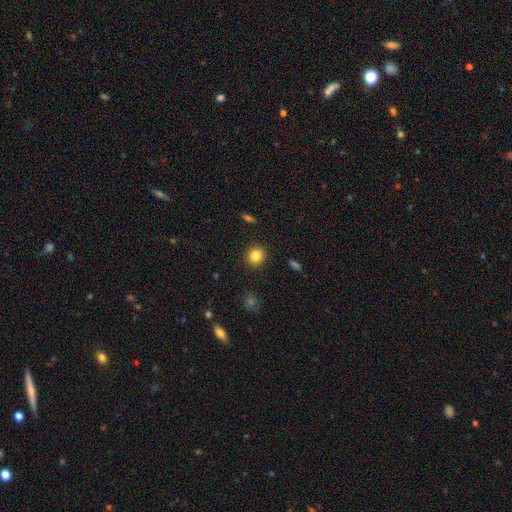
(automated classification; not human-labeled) Morphology: type=smooth (83%); roundness=round (86%); merging=none (91%).